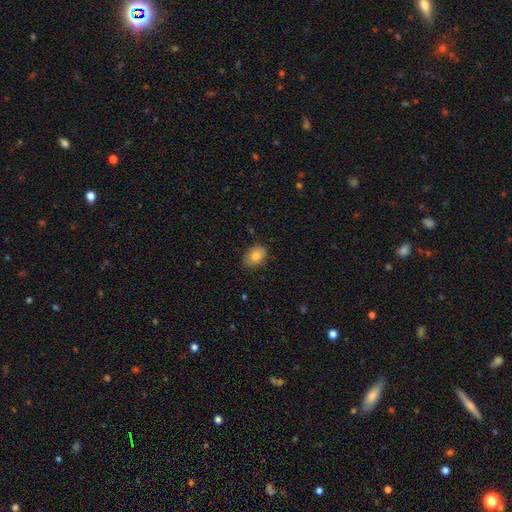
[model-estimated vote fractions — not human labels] smooth_or_featured: smooth (p=0.83) [alt: featured or disk p=0.09]
how_rounded: in between (p=0.81) [alt: round p=0.18]
merging: none (p=0.82) [alt: minor disturbance p=0.14]